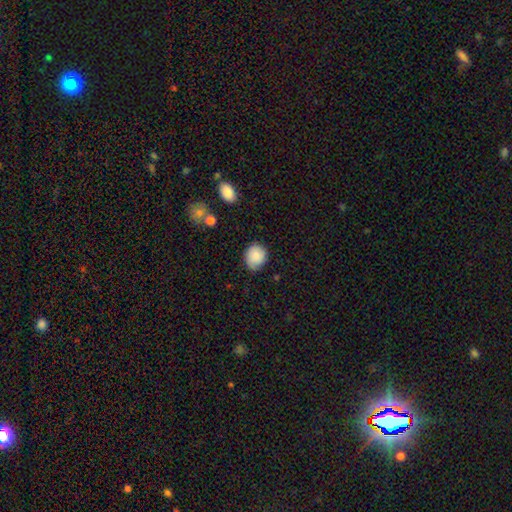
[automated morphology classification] Smooth or featured? smooth (80%)
How rounded? round (71%)
Merging? none (70%)